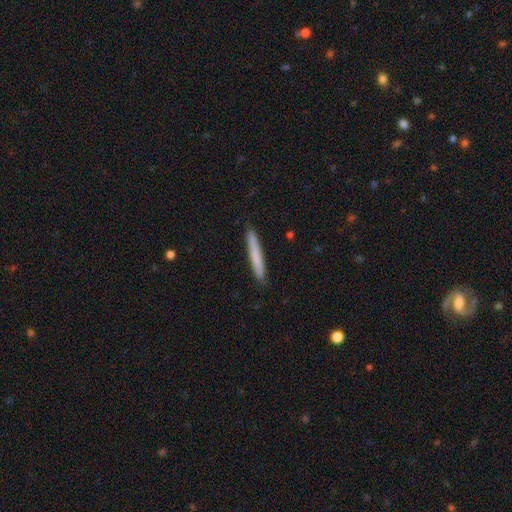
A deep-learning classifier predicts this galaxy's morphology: smooth-or-featured: smooth: 71% | featured or disk: 23% | star or artifact: 6%
  how-rounded: cigar-shaped: 97% | in between: 2% | round: 1%
  merging: none: 91% | minor disturbance: 6% | major disturbance: 1% | merger: 1%